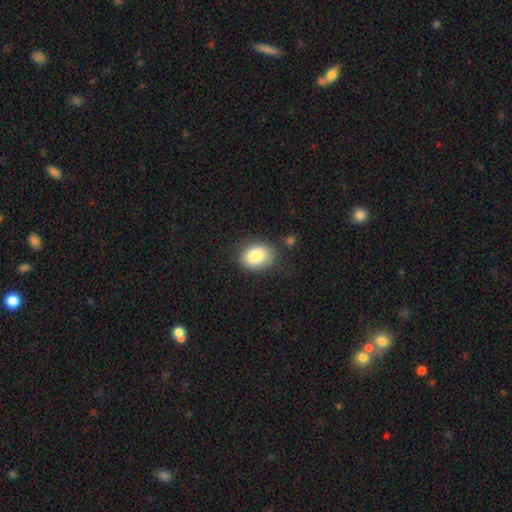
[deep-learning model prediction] This appears to be a smooth galaxy with no disk features (84%) that is in between round and cigar-shaped (61%). Merging: none (82%).